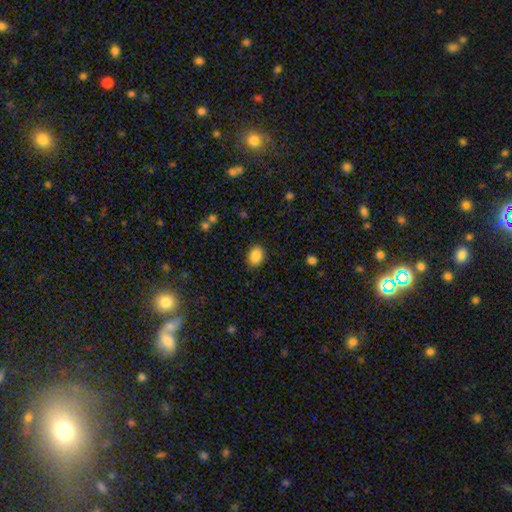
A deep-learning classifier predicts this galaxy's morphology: type=smooth (87%); roundness=in between (60%); merging=none (87%).